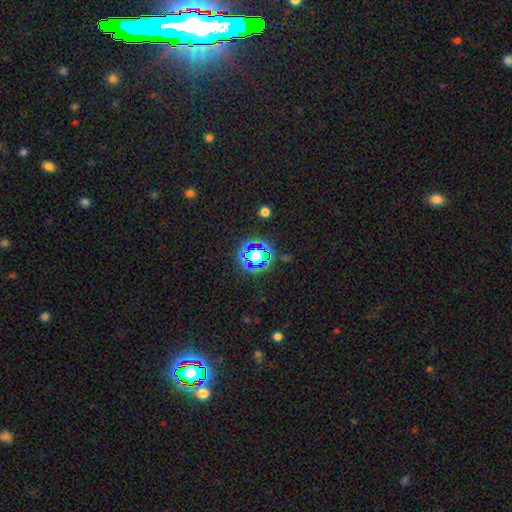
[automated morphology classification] A star or artifact, not a galaxy (61%).